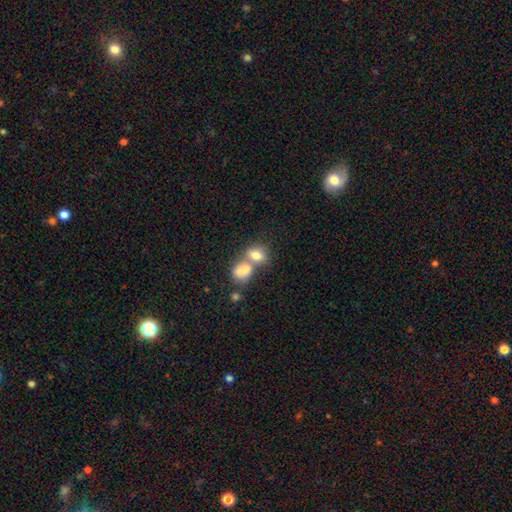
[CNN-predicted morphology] The model was most divided on "merging": merger: 62%, none: 27%, minor disturbance: 8%, major disturbance: 4%. More confident: smooth or featured — smooth (79%); how rounded — in between (71%).